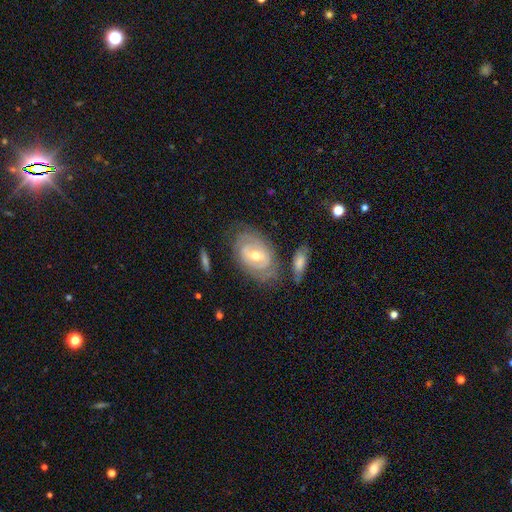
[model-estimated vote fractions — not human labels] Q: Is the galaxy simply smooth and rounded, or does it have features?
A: featured or disk — 77%.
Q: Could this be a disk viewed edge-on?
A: no — 94%.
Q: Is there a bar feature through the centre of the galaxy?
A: weak — 46%.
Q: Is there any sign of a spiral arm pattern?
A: yes — 79%.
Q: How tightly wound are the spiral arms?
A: tight — 67%.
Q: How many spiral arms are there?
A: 2 — 43%.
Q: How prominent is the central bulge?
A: moderate — 58%.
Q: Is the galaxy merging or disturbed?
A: none — 68%.